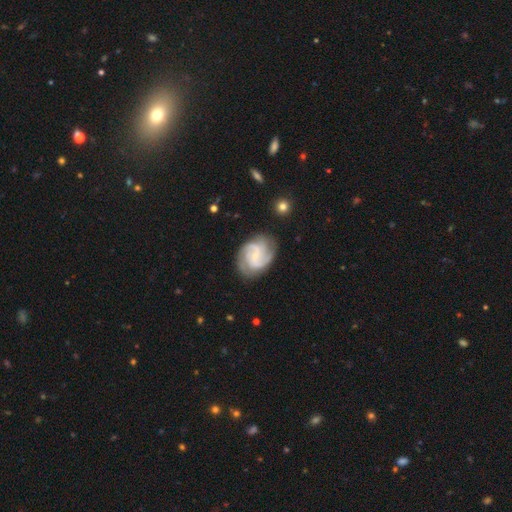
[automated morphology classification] smooth-or-featured: featured or disk: 86% | smooth: 9% | star or artifact: 5%
  disk-edge-on: no: 98% | yes: 2%
    bar: weak: 46% | no: 43% | strong: 10%
    has-spiral-arms: yes: 97% | no: 3%
      spiral-winding: medium: 50% | tight: 36% | loose: 14%
      spiral-arm-count: 2: 39% | 3: 35% | can't tell: 11% | 4: 6% | 1: 4% | more than 4: 4%
    bulge-size: small: 72% | moderate: 15% | none: 10% | large: 1% | dominant: 1%
  merging: none: 75% | minor disturbance: 17% | major disturbance: 6% | merger: 2%